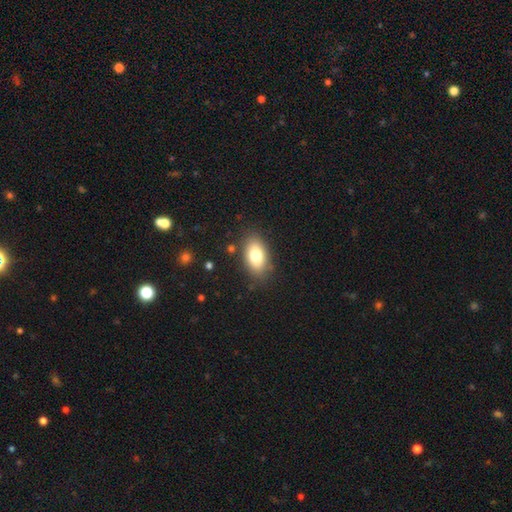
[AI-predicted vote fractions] smooth-or-featured: smooth: 79% | featured or disk: 13% | star or artifact: 8%
  how-rounded: in between: 91% | round: 6% | cigar-shaped: 2%
  merging: none: 83% | minor disturbance: 11% | major disturbance: 3% | merger: 2%